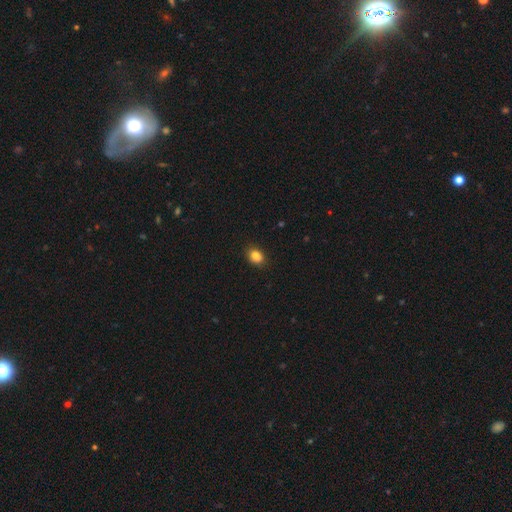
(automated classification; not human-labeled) This is clearly a smooth galaxy (83%). How rounded: possibly in between (57%). Merging: clearly none (84%).